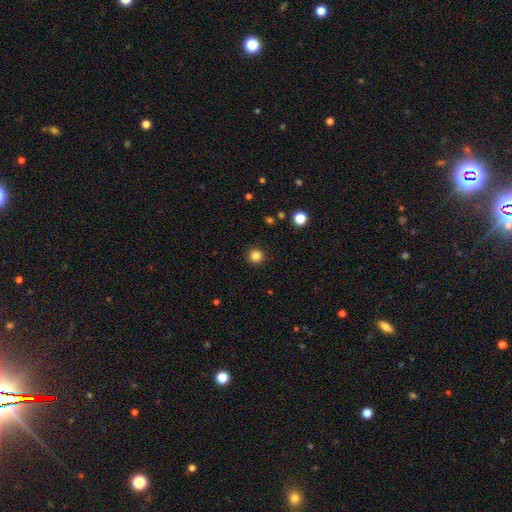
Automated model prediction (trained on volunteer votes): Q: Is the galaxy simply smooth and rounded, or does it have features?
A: smooth — 84%.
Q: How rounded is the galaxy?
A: round — 95%.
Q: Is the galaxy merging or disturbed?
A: none — 92%.